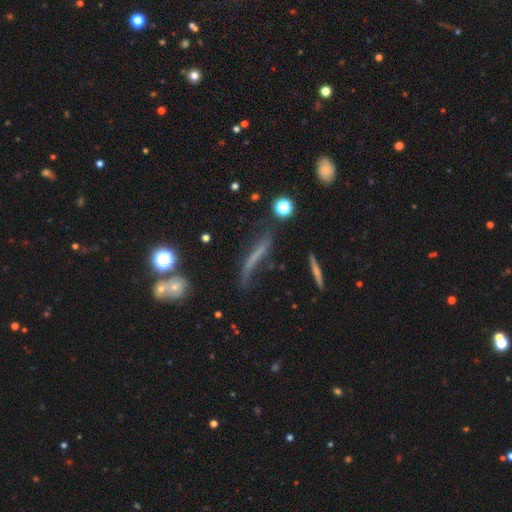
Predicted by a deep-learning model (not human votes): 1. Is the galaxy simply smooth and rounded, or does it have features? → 46% featured or disk, 38% smooth, 16% star or artifact.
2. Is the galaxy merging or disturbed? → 45% none, 24% minor disturbance, 23% major disturbance, 8% merger.